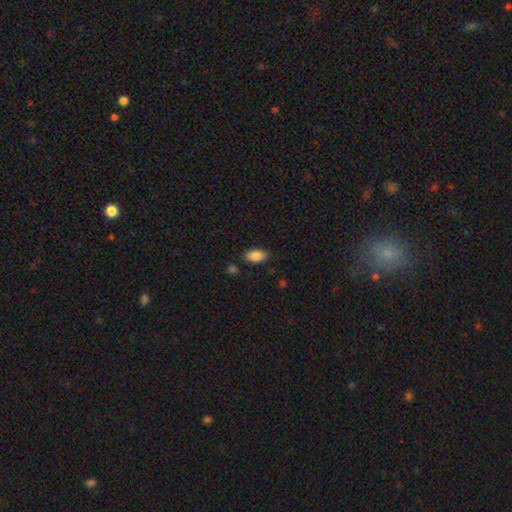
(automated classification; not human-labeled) A smooth galaxy with no disk features (87%) that is in between round and cigar-shaped (92%). Merging: none (82%).